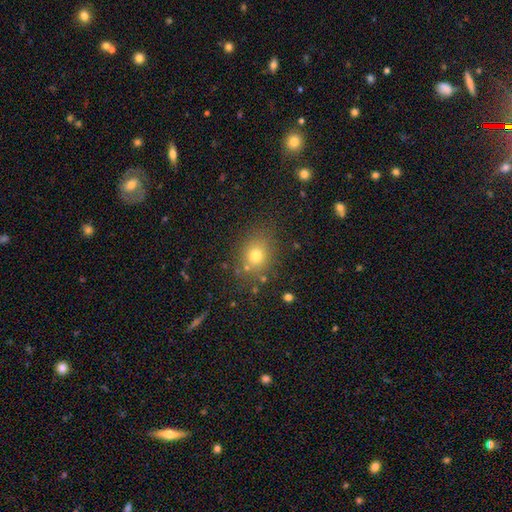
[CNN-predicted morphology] Smooth or featured? Predicted: smooth (p=0.73). How rounded? Predicted: round (p=0.65). Merging? Predicted: none (p=0.80).